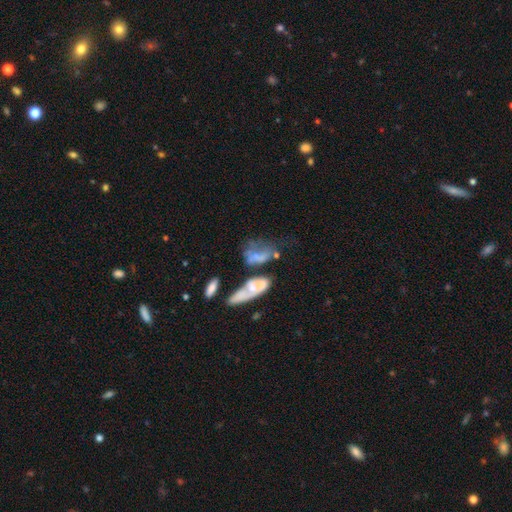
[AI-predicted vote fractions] smooth_or_featured: smooth (p=0.47) [alt: featured or disk p=0.42]
merging: merger (p=0.34) [alt: major disturbance p=0.26]